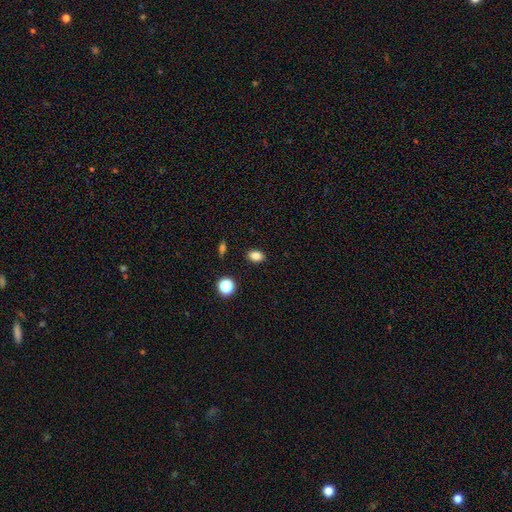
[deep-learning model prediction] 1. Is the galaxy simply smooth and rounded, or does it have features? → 84% smooth, 11% star or artifact, 5% featured or disk.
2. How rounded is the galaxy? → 75% in between, 24% round, 1% cigar-shaped.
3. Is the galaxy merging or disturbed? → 89% none, 8% minor disturbance, 2% major disturbance, 2% merger.